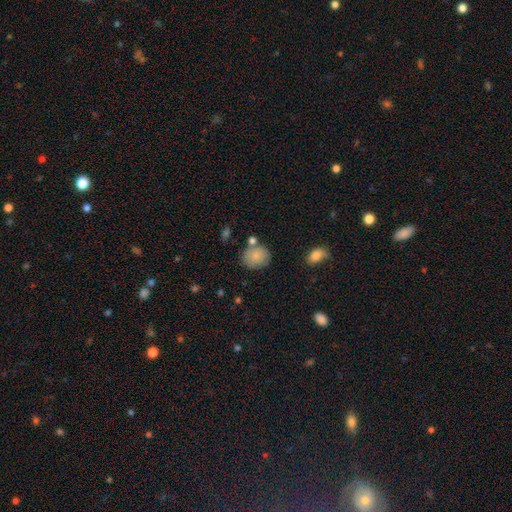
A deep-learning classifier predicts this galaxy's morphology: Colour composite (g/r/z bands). It shows a smooth galaxy with no disk features (84%) that is round (71%). Merging: none (71%).